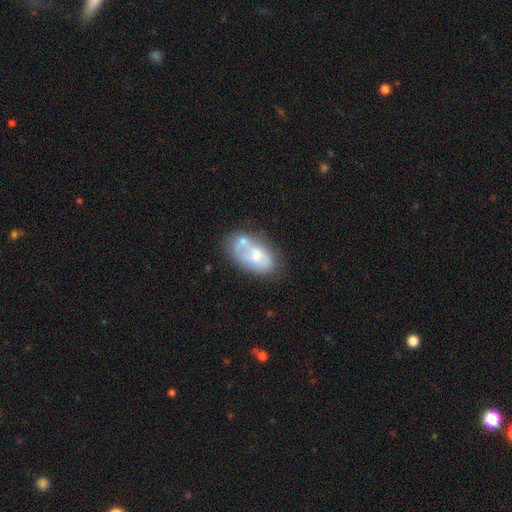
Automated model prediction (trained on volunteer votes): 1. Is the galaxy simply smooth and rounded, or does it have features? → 52% smooth, 40% featured or disk, 7% star or artifact.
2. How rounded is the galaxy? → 92% in between, 7% round, 2% cigar-shaped.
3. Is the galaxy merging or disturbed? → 32% none (tied), 32% merger (tied), 22% minor disturbance, 15% major disturbance.